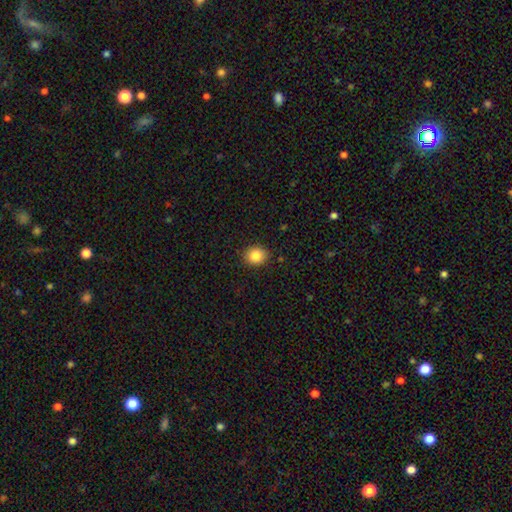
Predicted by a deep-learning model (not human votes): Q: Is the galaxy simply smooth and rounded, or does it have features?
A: smooth — 86%.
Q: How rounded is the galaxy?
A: round — 66%.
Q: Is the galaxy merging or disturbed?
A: none — 88%.